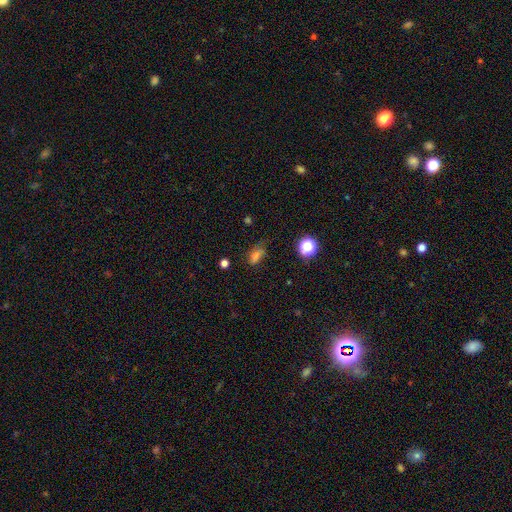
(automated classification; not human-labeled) This is likely a smooth galaxy (72%). How rounded: likely in between (76%). Merging: possibly none (51%).